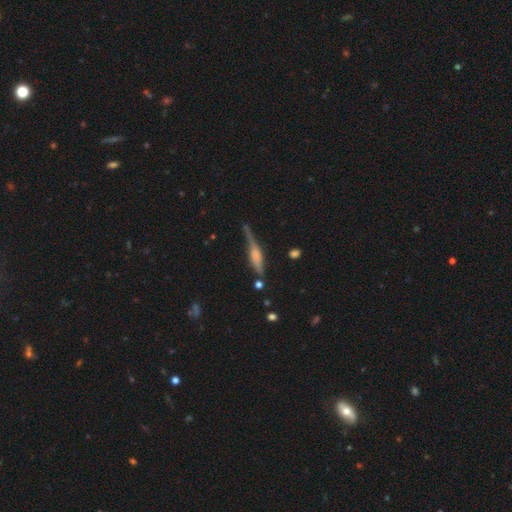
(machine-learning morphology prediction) Overall: featured or disk (64%; smooth 29%). Edge-on disk: yes (93%). Edge-on bulge: rounded (46%; boxy 43%). Merging: none (57%; minor disturbance 26%).